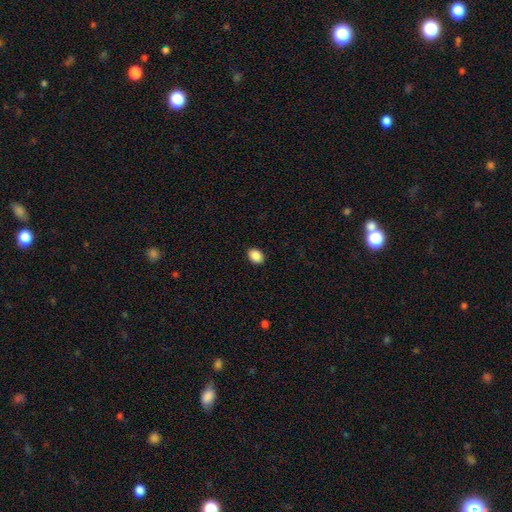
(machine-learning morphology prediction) This appears to be a smooth galaxy with no disk features (89%) that is in between round and cigar-shaped (69%). Merging: none (90%).